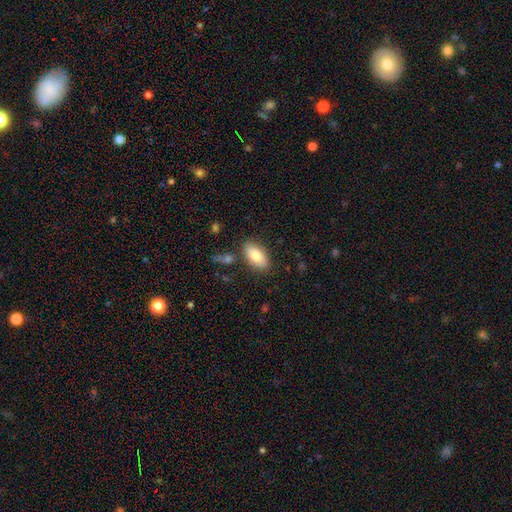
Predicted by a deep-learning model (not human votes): Morphology: type=smooth (80%); roundness=in between (92%); merging=none (82%).